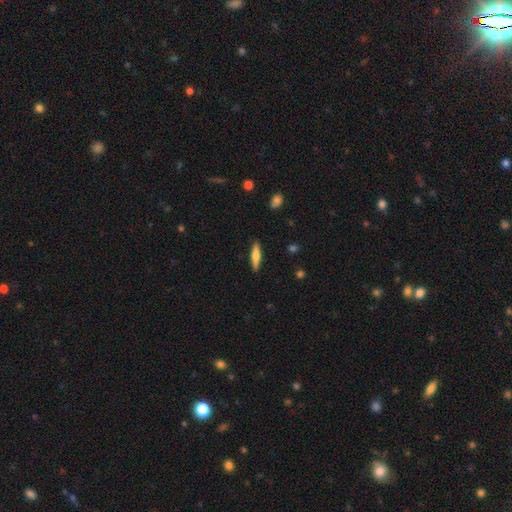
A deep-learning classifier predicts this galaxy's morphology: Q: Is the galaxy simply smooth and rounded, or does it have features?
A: smooth — 63%.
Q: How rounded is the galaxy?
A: cigar-shaped — 78%.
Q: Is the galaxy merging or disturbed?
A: none — 89%.